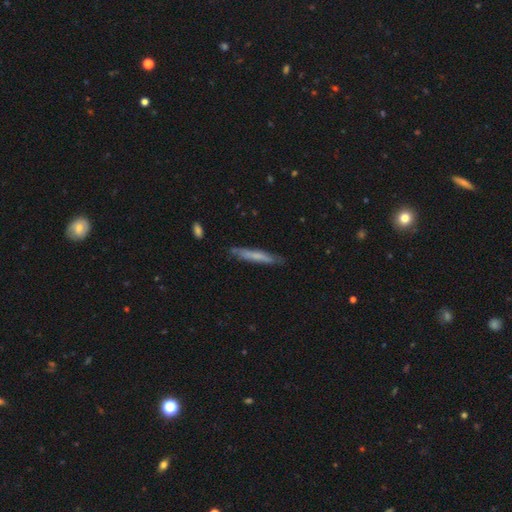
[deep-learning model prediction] Smooth or featured? smooth (58%)
How rounded? cigar-shaped (94%)
Merging? none (80%)